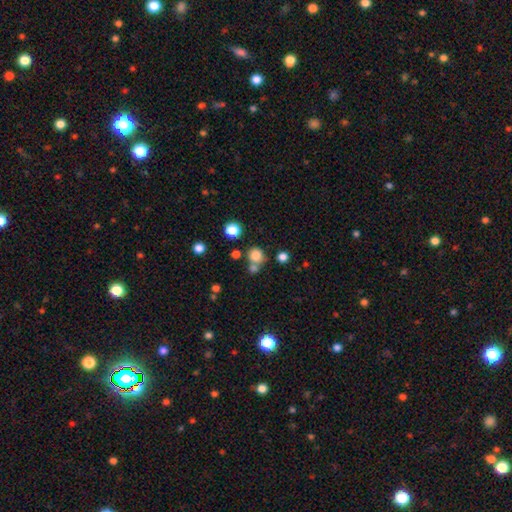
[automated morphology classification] smooth_or_featured: smooth (p=0.79) [alt: star or artifact p=0.14]
how_rounded: round (p=0.85) [alt: in between p=0.14]
merging: none (p=0.57) [alt: merger p=0.30]